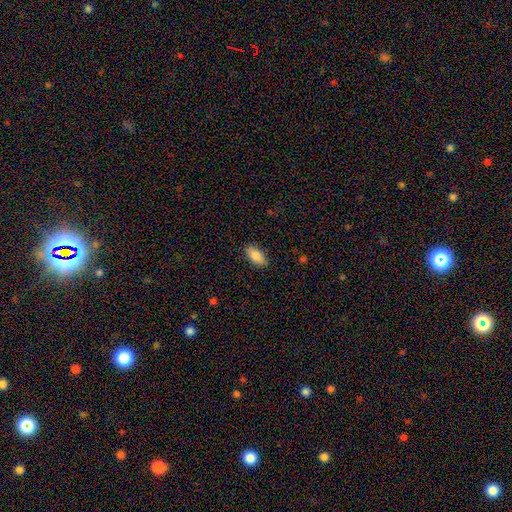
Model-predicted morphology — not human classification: Smooth or featured?
  - smooth: 86% *
  - featured or disk: 7%
  - star or artifact: 7%
How rounded?
  - in between: 89% *
  - cigar-shaped: 9%
  - round: 2%
Merging?
  - none: 86% *
  - minor disturbance: 10%
  - major disturbance: 2%
  - merger: 1%